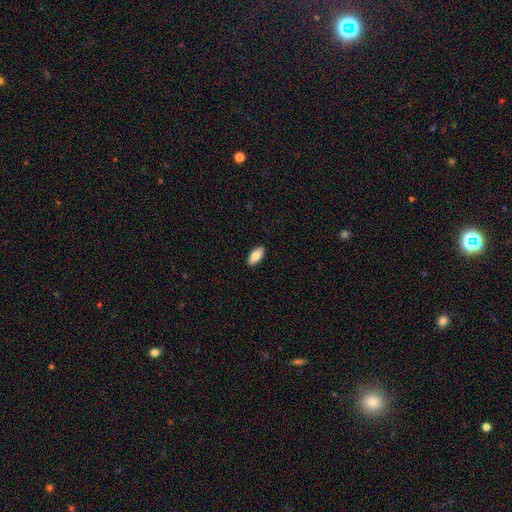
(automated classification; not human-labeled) smooth_or_featured: smooth (p=0.84) [alt: featured or disk p=0.10]
how_rounded: in between (p=0.90) [alt: cigar-shaped p=0.08]
merging: none (p=0.90) [alt: minor disturbance p=0.08]